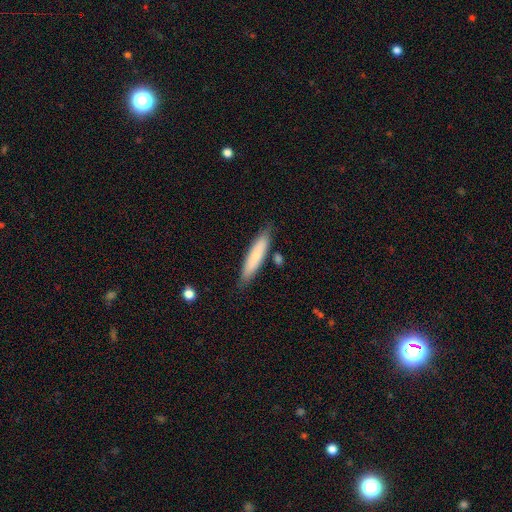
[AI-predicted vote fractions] smooth 77%, featured or disk 17%, star or artifact 6%. Down the decision tree: how rounded — cigar-shaped (84%); merging — none (81%).